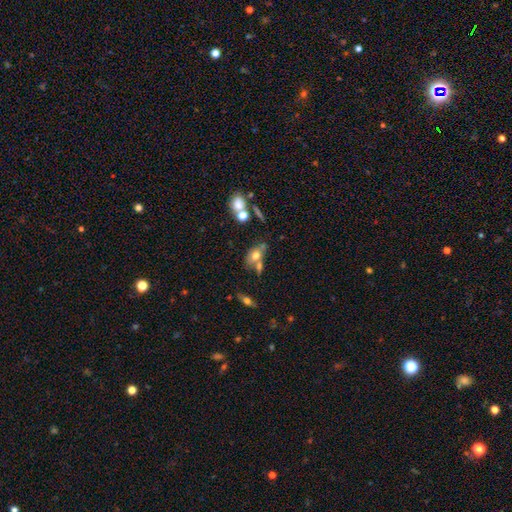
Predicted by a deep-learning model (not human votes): Smooth or featured: smooth — 64% (featured or disk — 23%)
How rounded: in between — 74% (round — 21%)
Merging: none — 41% (merger — 36%)